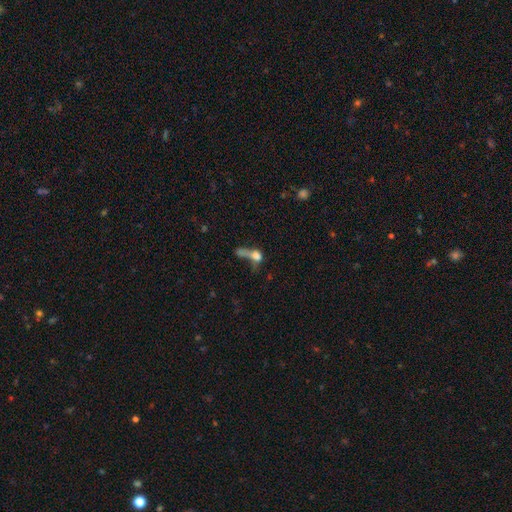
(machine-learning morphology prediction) Smooth or featured? Predicted: smooth (p=0.59). How rounded? Predicted: in between (p=0.49). Merging? Predicted: merger (p=0.38).